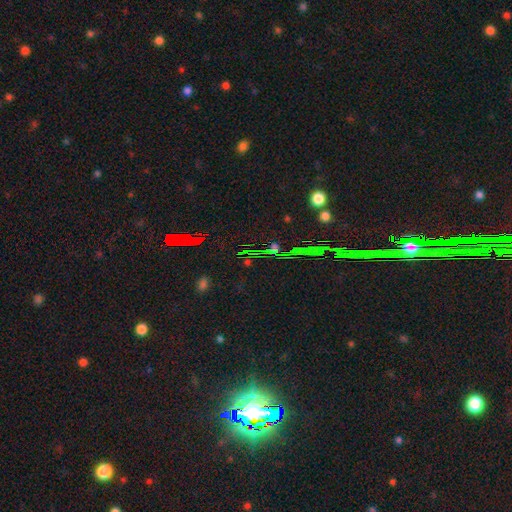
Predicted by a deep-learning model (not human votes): smooth_or_featured: star or artifact (p=0.71) [alt: smooth p=0.17]